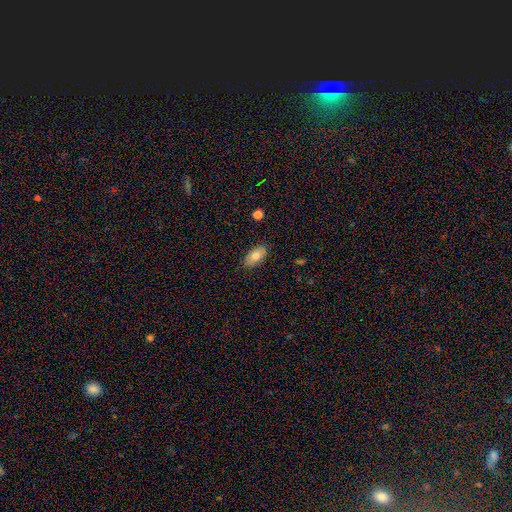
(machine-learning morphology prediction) Smooth or featured? Predicted: smooth (p=0.78). How rounded? Predicted: in between (p=0.92). Merging? Predicted: none (p=0.85).